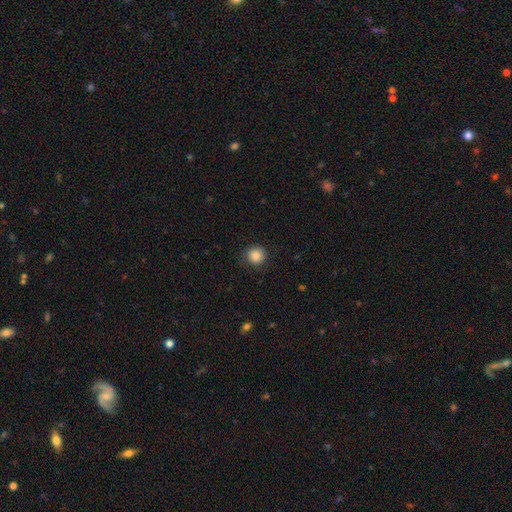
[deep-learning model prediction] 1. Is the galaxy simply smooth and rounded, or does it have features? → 86% smooth, 10% star or artifact, 4% featured or disk.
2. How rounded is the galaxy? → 92% round, 7% in between, 1% cigar-shaped.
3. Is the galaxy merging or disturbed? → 86% none, 10% minor disturbance, 3% major disturbance, 1% merger.